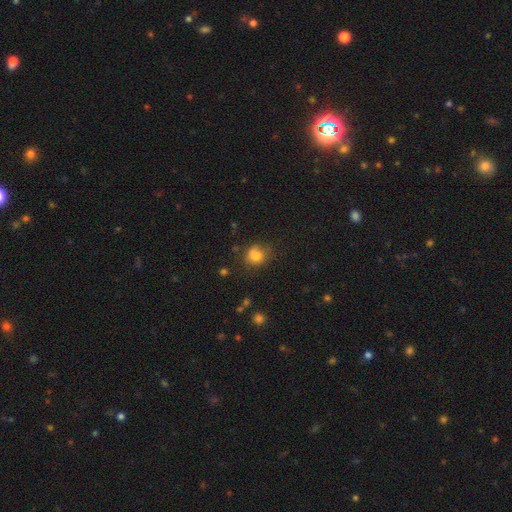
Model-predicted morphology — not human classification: A smooth galaxy with no disk features (78%) that is round (70%). Merging: none (52%).